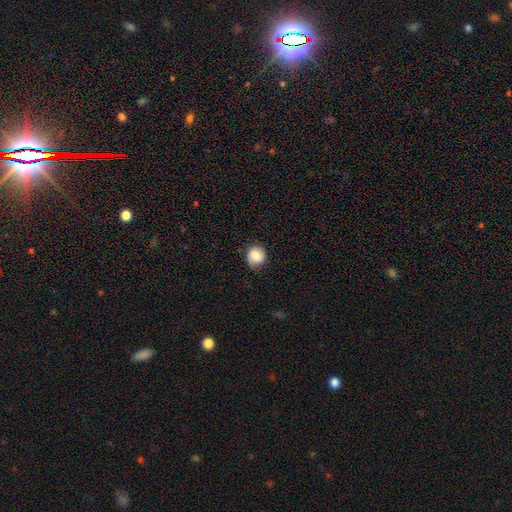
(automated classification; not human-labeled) Q: Smooth or featured?
A: smooth (77%); runner-up: featured or disk (15%)
Q: How rounded?
A: round (82%); runner-up: in between (17%)
Q: Merging?
A: none (74%); runner-up: minor disturbance (20%)